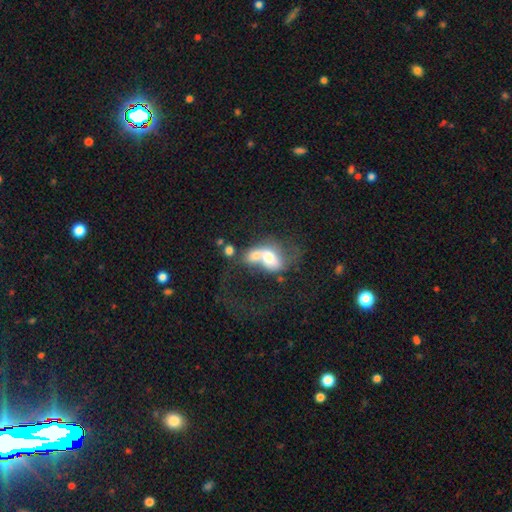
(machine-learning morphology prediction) Q: Smooth or featured?
A: smooth (54%); runner-up: featured or disk (37%)
Q: How rounded?
A: in between (72%); runner-up: round (25%)
Q: Merging?
A: merger (72%); runner-up: major disturbance (12%)